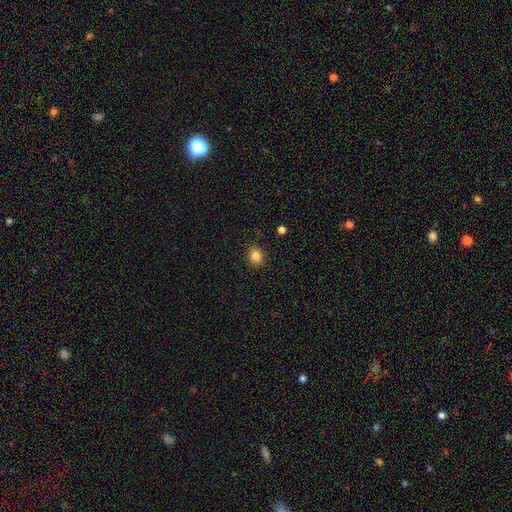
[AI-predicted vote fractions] The model was most divided on "how rounded": round: 81%, in between: 18%, cigar-shaped: 1%. More confident: merging — none (90%); smooth or featured — smooth (84%).